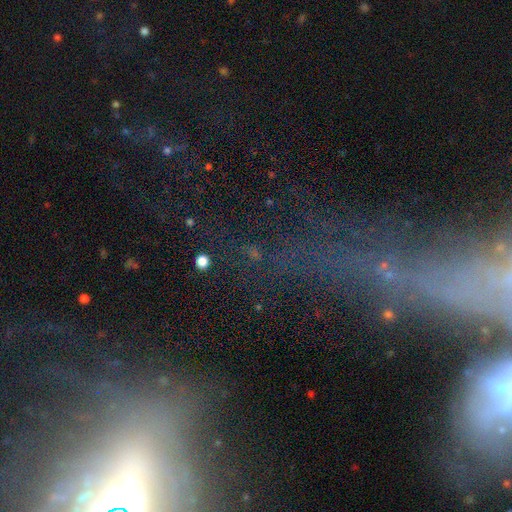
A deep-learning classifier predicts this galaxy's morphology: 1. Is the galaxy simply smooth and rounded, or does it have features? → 43% featured or disk, 35% star or artifact, 22% smooth.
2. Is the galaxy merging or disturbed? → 34% none, 26% major disturbance, 24% merger, 15% minor disturbance.